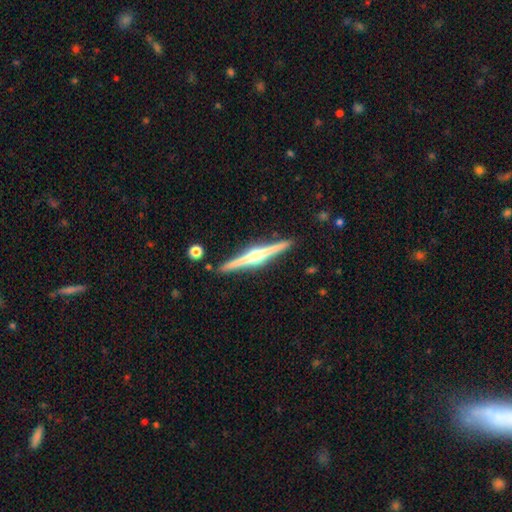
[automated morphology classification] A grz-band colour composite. It shows a featured or disk galaxy (84%) viewed edge-on (99%) with a rounded central bulge (94%). Merging: none (91%).